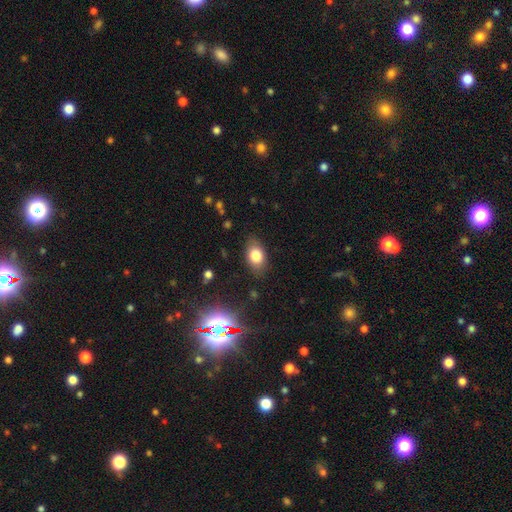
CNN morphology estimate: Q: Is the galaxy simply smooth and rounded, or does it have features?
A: smooth — 78%.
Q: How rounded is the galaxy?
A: in between — 83%.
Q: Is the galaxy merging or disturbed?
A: none — 82%.